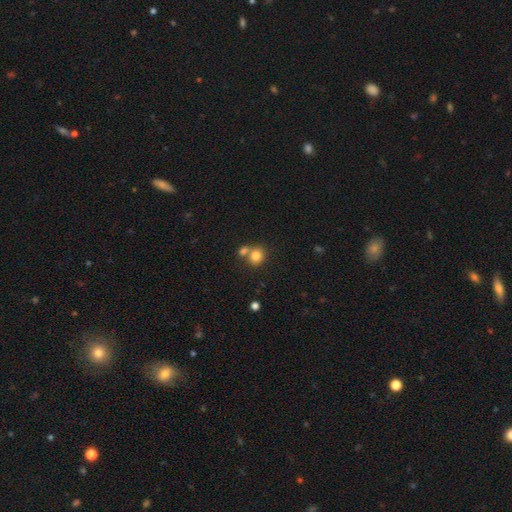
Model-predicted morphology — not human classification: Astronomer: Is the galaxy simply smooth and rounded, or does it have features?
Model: smooth — 81%.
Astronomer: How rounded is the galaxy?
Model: round — 76%.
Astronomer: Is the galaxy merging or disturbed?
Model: none — 51% (runner-up: merger, 36%).